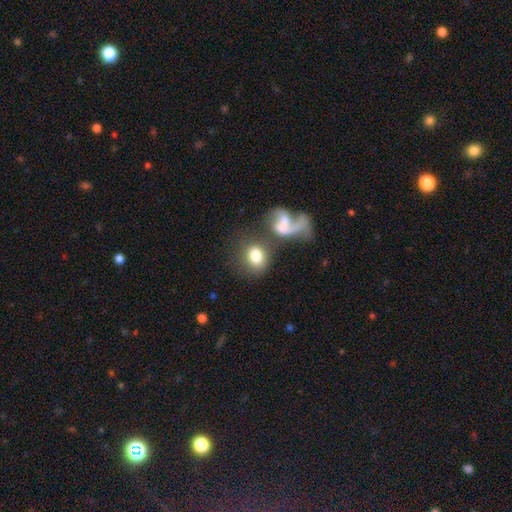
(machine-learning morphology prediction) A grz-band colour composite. It shows a smooth galaxy with no disk features (77%) that is round (54%). Merging: none (47%).